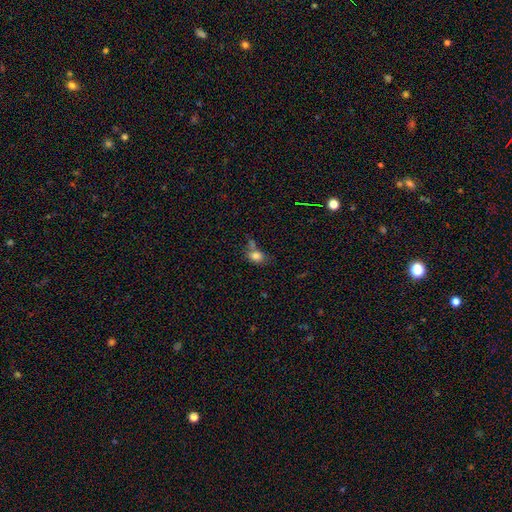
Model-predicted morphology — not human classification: This appears to be a smooth galaxy with no disk features (80%) that is in between round and cigar-shaped (63%). Merging: none (44%).